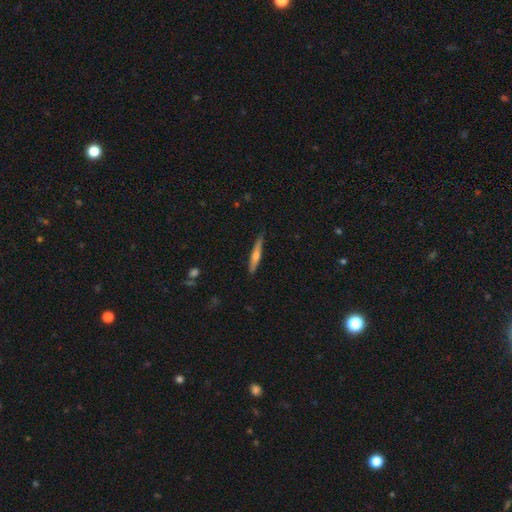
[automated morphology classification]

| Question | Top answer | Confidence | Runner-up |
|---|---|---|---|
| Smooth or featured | featured or disk | 51% | smooth (43%) |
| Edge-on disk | yes | 96% | no (4%) |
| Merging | none | 86% | minor disturbance (11%) |